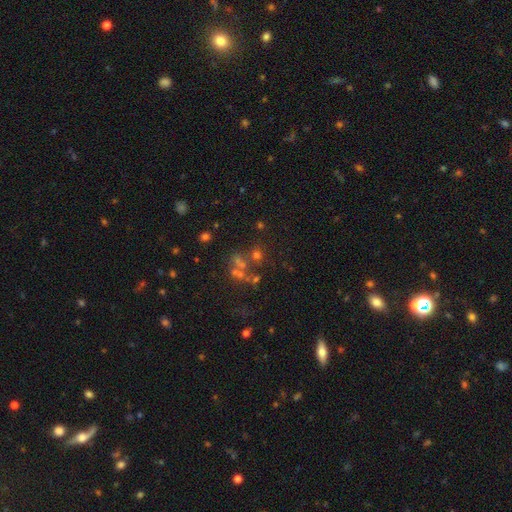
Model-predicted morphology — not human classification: A star or artifact, not a galaxy (46%).